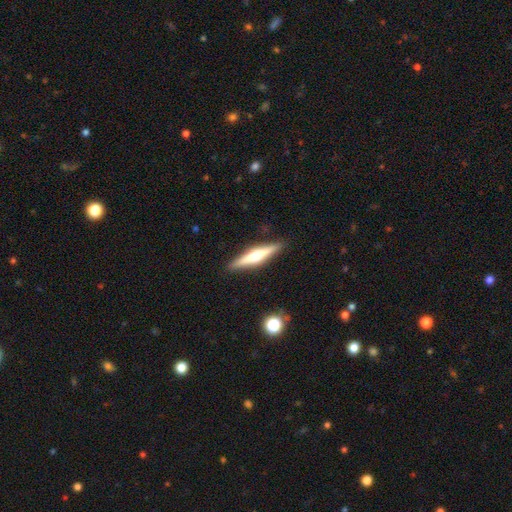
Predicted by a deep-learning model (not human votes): This appears to be a featured or disk galaxy (61%) viewed edge-on (97%) with a rounded central bulge (85%). Merging: none (90%).